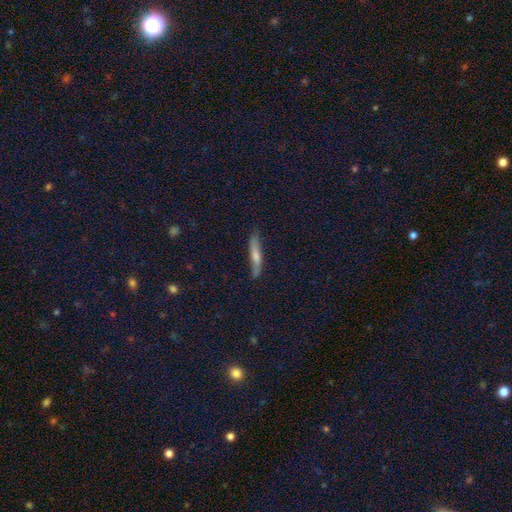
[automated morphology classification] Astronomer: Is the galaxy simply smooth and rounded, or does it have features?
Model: smooth — 58% (runner-up: featured or disk, 34%).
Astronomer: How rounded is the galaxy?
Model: cigar-shaped — 88%.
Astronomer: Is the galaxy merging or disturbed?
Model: none — 81%.